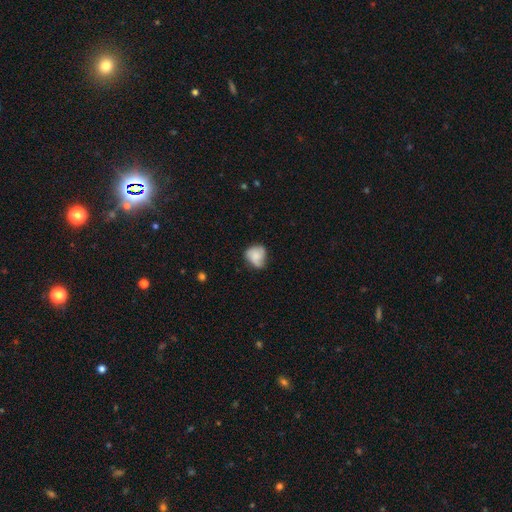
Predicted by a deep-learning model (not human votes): Smooth or featured?
  - smooth: 57% *
  - featured or disk: 34%
  - star or artifact: 8%
How rounded?
  - round: 63% *
  - in between: 36%
  - cigar-shaped: 1%
Merging?
  - none: 51% *
  - minor disturbance: 33%
  - major disturbance: 13%
  - merger: 3%